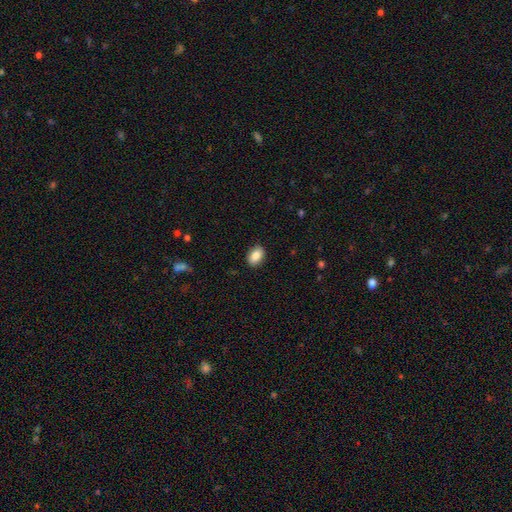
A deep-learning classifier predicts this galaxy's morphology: Smooth or featured: smooth — 87% (star or artifact — 7%)
How rounded: in between — 87% (round — 12%)
Merging: none — 88% (minor disturbance — 9%)